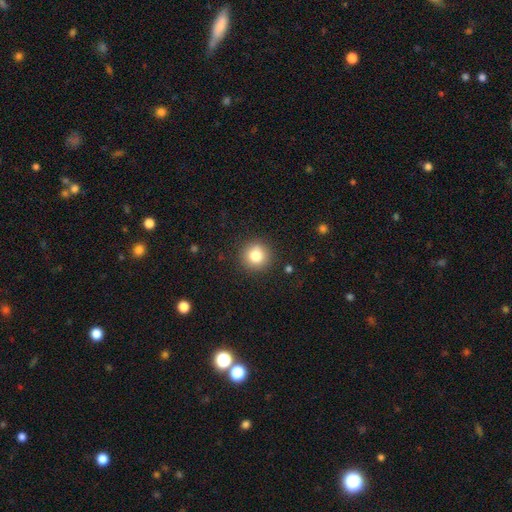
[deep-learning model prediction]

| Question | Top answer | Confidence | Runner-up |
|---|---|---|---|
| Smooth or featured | smooth | 82% | star or artifact (11%) |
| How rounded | round | 94% | in between (5%) |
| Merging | none | 90% | minor disturbance (6%) |